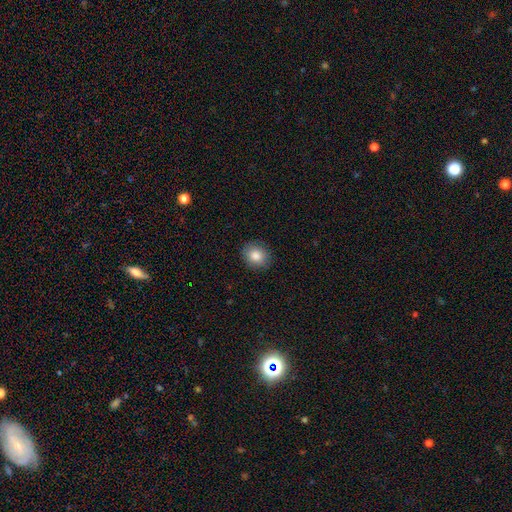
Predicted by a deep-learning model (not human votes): Overall: smooth (84%). How rounded: round (65%; in between 34%). Merging: none (88%).